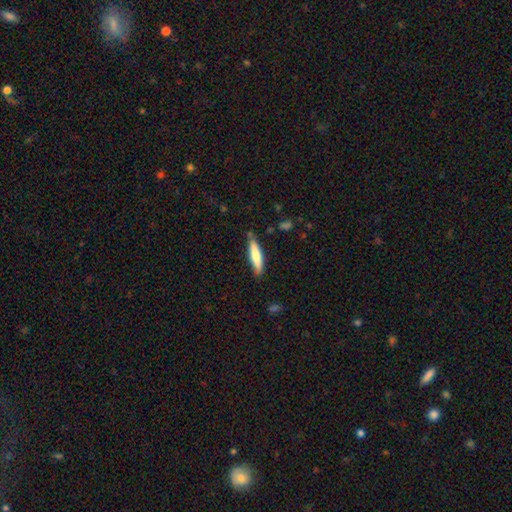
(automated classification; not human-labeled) This appears to be a smooth galaxy with no disk features (69%) that is cigar-shaped (81%). Merging: none (81%).